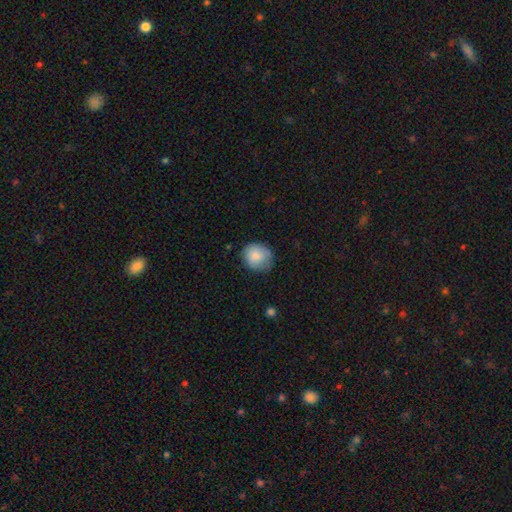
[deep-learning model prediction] Smooth or featured? smooth (84%)
How rounded? round (76%)
Merging? none (68%)